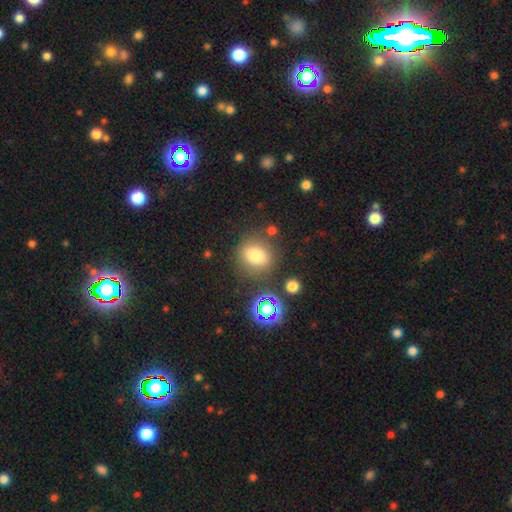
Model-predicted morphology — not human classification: smooth 75%, star or artifact 16%, featured or disk 9%. Down the decision tree: how rounded — round (72%); merging — none (77%).